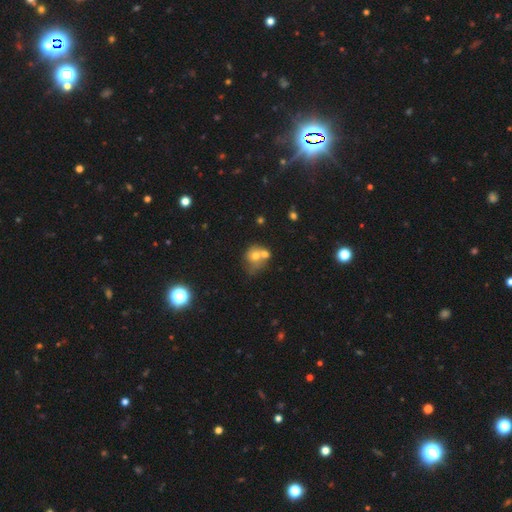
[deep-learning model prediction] Smooth or featured? smooth (61%)
How rounded? round (64%)
Merging? merger (56%)